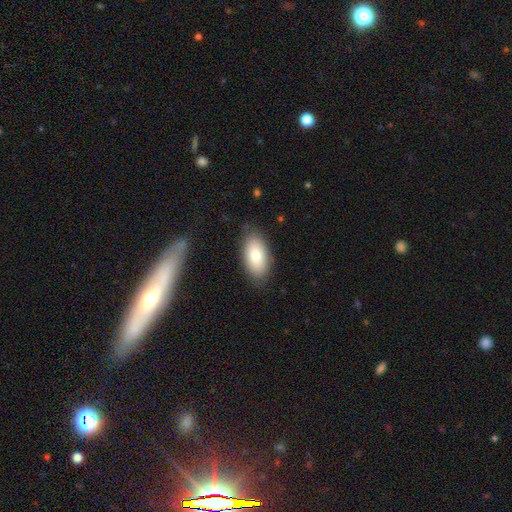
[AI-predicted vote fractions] This is clearly a smooth galaxy (81%). How rounded: clearly in between (94%). Merging: clearly none (83%).